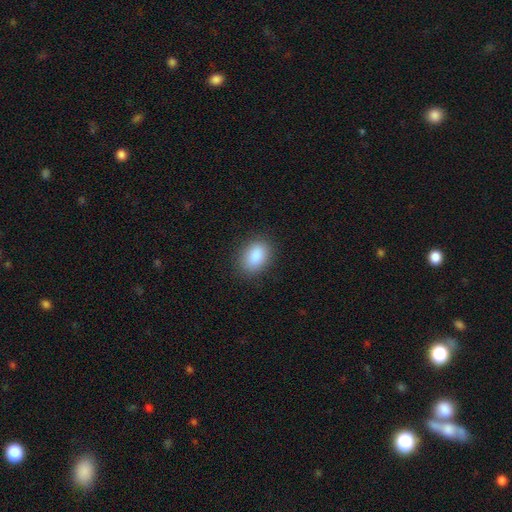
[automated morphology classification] Overall: smooth (88%). How rounded: in between (83%). Merging: none (86%).